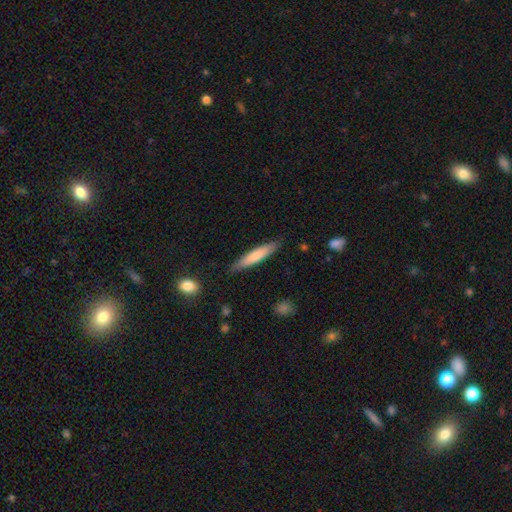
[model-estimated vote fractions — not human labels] Smooth or featured: smooth — 74% (featured or disk — 21%)
How rounded: cigar-shaped — 88% (in between — 11%)
Merging: none — 86% (minor disturbance — 11%)